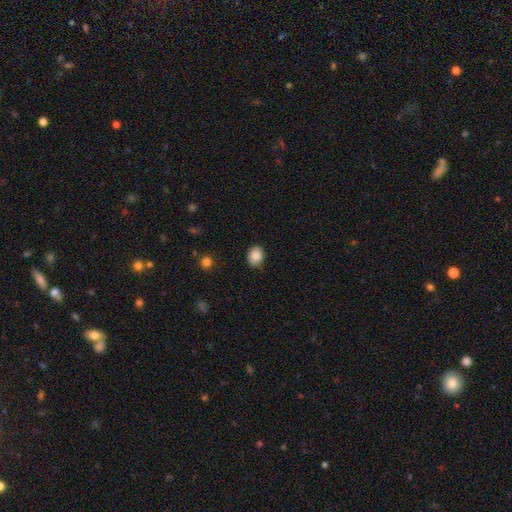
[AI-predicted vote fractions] smooth_or_featured: smooth (p=0.87) [alt: star or artifact p=0.08]
how_rounded: in between (p=0.55) [alt: round p=0.44]
merging: none (p=0.83) [alt: minor disturbance p=0.13]